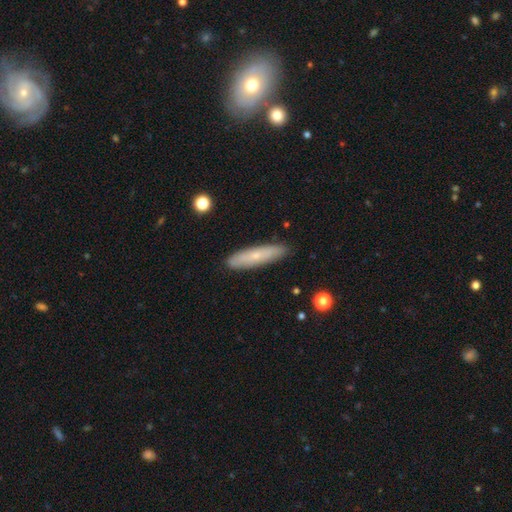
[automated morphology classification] This is possibly a smooth galaxy (60%). How rounded: clearly cigar-shaped (80%). Merging: clearly none (88%).